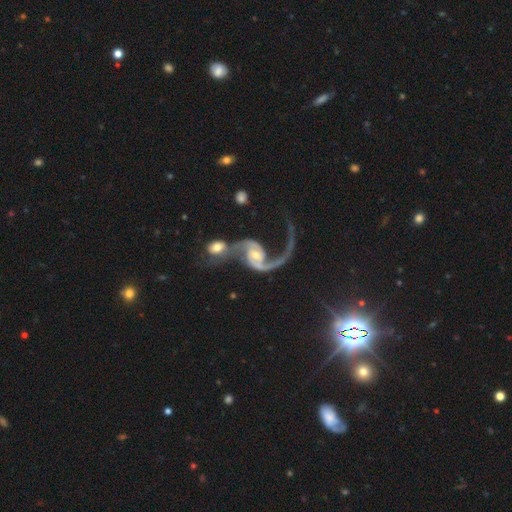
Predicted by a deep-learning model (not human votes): The model was most divided on "bar": no: 47%, weak: 37%, strong: 17%. More confident: edge-on disk — no (97%); spiral arms — yes (96%); smooth or featured — featured or disk (90%); spiral arm count — 2 (81%); spiral winding — loose (72%); merging — merger (61%); bulge size — moderate (52%).